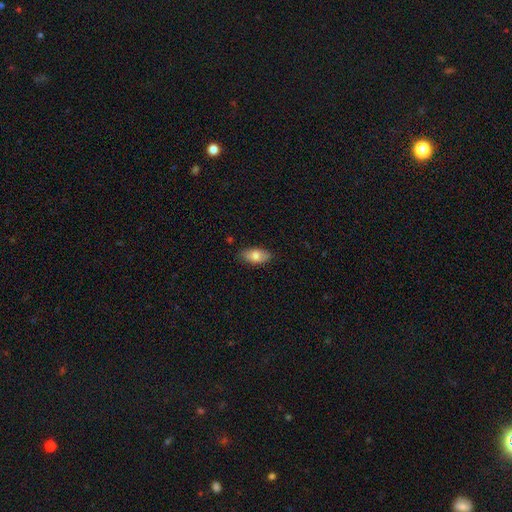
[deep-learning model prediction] Smooth or featured?
  - smooth: 76% *
  - featured or disk: 17%
  - star or artifact: 7%
How rounded?
  - in between: 92% *
  - cigar-shaped: 5%
  - round: 4%
Merging?
  - none: 83% *
  - minor disturbance: 13%
  - major disturbance: 2%
  - merger: 1%